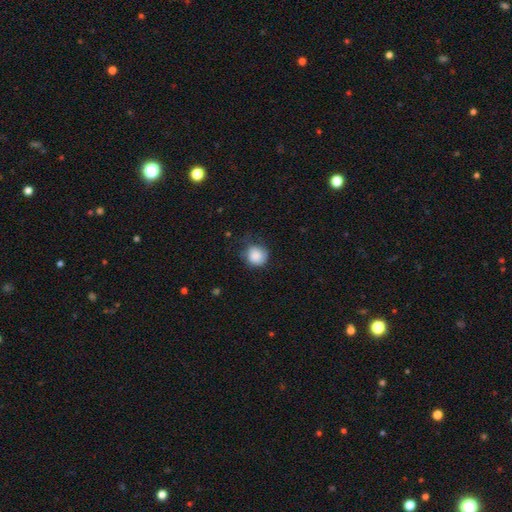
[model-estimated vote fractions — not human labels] smooth 85%, star or artifact 8%, featured or disk 7%. Down the decision tree: how rounded — round (86%); merging — none (59%).